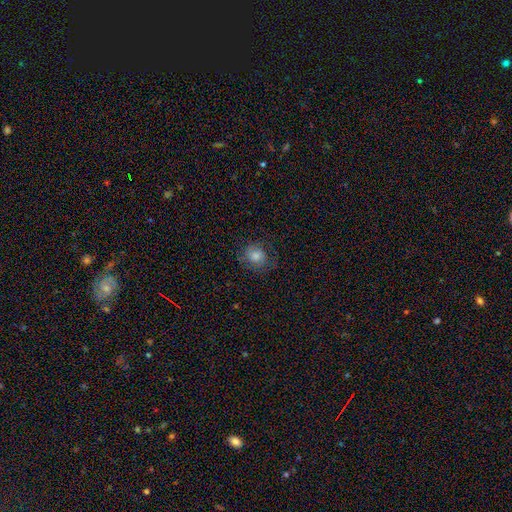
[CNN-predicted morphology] smooth-or-featured: smooth: 60% | featured or disk: 24% | star or artifact: 16%
  how-rounded: round: 75% | in between: 23% | cigar-shaped: 1%
  merging: none: 74% | minor disturbance: 16% | major disturbance: 9% | merger: 1%